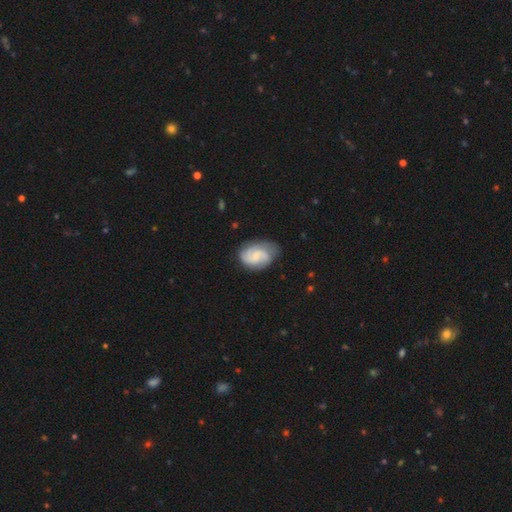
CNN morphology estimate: A featured or disk galaxy (68%) with no bar (51%), 2 (53%) medium (46%) spiral arms (94%) and a small central bulge (47%). Merging: none (63%).